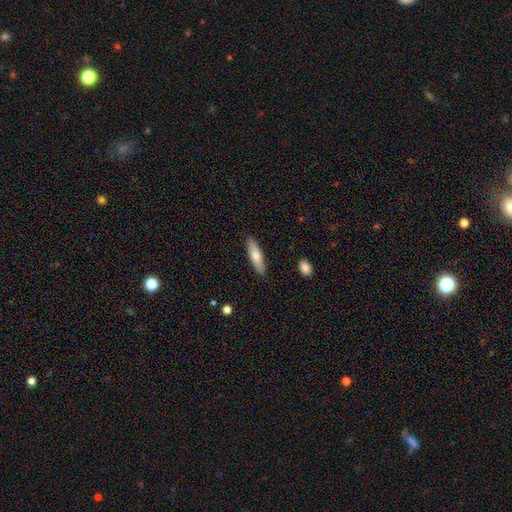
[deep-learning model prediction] smooth 73%, featured or disk 21%, star or artifact 6%. Down the decision tree: how rounded — cigar-shaped (67%); merging — none (89%).